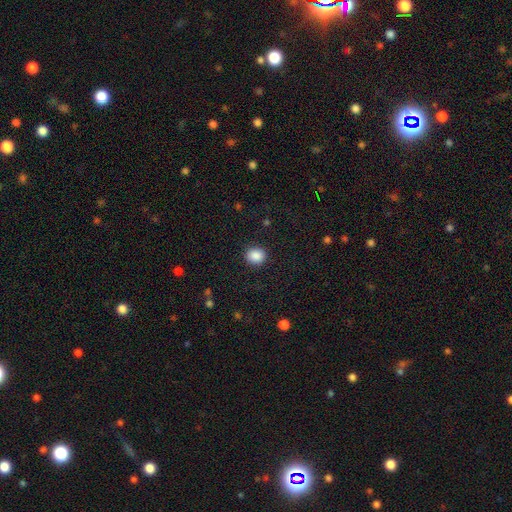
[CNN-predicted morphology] This is clearly a smooth galaxy (88%). How rounded: likely round (77%). Merging: clearly none (90%).